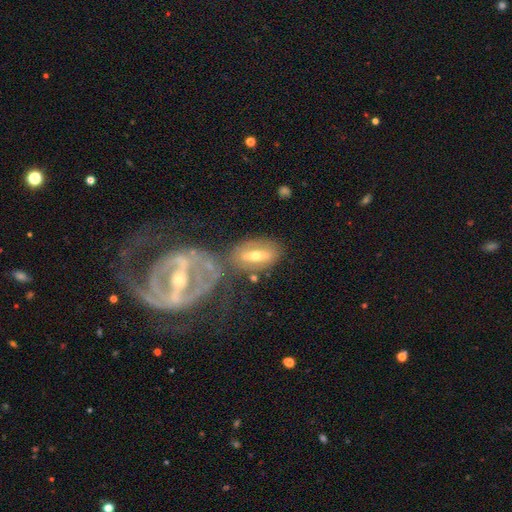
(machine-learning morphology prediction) smooth_or_featured: featured or disk (p=0.66) [alt: smooth p=0.28]
disk_edge_on: no (p=0.81) [alt: yes p=0.19]
bar: strong (p=0.57) [alt: weak p=0.26]
has_spiral_arms: yes (p=0.59) [alt: no p=0.41]
bulge_size: moderate (p=0.63) [alt: small p=0.30]
merging: none (p=0.48) [alt: merger p=0.27]